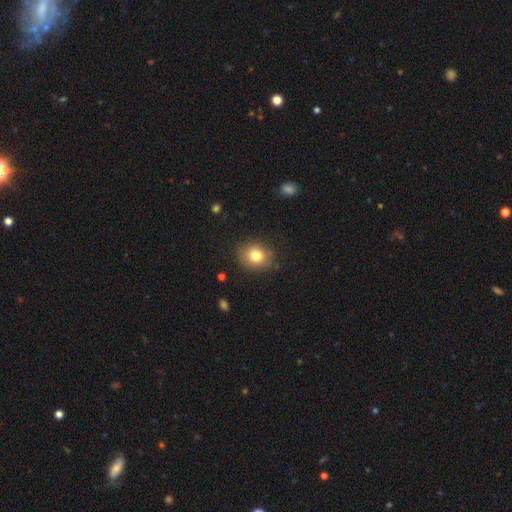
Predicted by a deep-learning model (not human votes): Morphology: type=smooth (78%); roundness=round (71%); merging=none (79%).